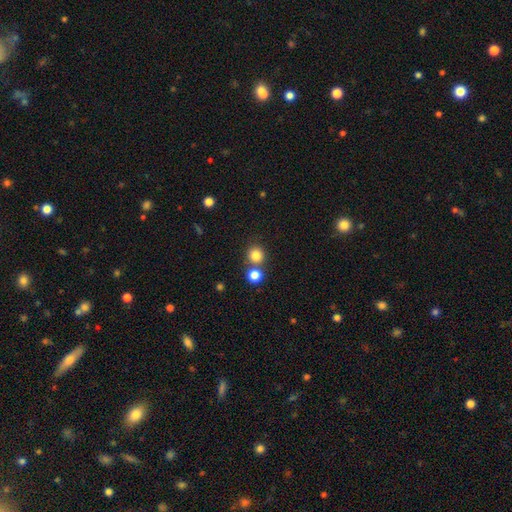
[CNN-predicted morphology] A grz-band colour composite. It shows a smooth galaxy with no disk features (81%) that is round (92%). Merging: none (69%).